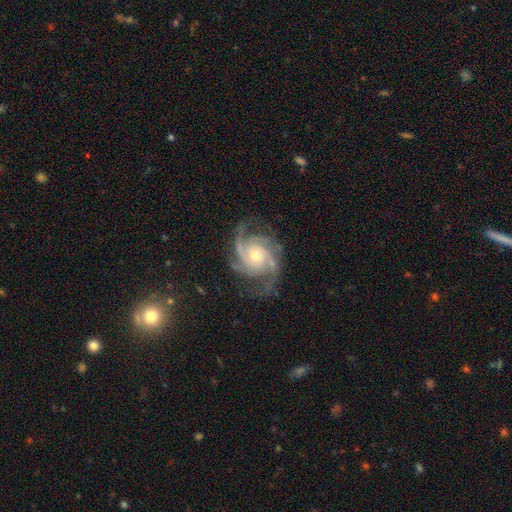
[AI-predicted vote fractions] A featured or disk galaxy (93%) with no bar (75%), 3 (52%) tight (51%) spiral arms (99%) and a moderate central bulge (51%).

Vote fractions:
- Smooth or featured? featured or disk: 93% / star or artifact: 4% / smooth: 3%
- Edge-on disk? no: 98% / yes: 2%
- Bar? no: 75% / weak: 20% / strong: 6%
- Spiral arms? yes: 99% / no: 1%
- Spiral winding? tight: 51% / medium: 43% / loose: 7%
- Spiral arm count? 3: 52% / 4: 20% / 2: 10% / can't tell: 7% / more than 4: 5% / 1: 5%
- Bulge size? moderate: 51% / small: 45% / large: 3% / none: 1% / dominant: 1%
- Merging? none: 75% / minor disturbance: 16% / major disturbance: 7% / merger: 1%